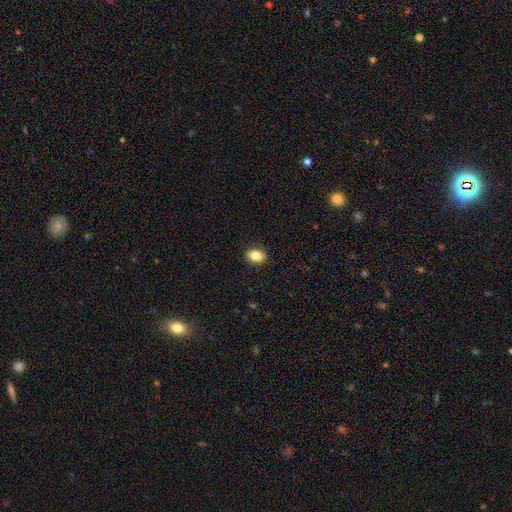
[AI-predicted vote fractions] The model was most divided on "how rounded": in between: 70%, round: 28%, cigar-shaped: 1%. More confident: merging — none (89%); smooth or featured — smooth (85%).